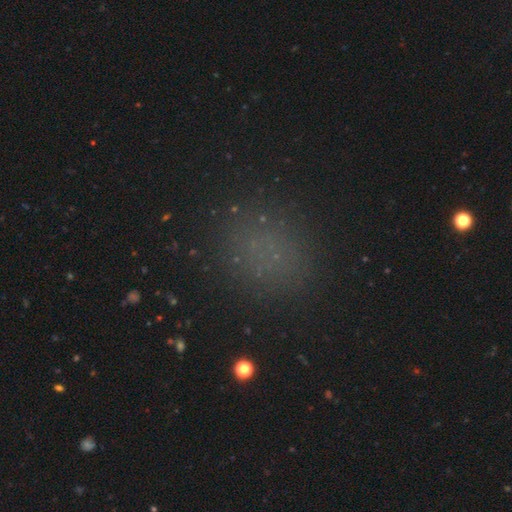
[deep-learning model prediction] This is likely a smooth galaxy (67%). How rounded: likely round (68%). Merging: clearly none (85%).